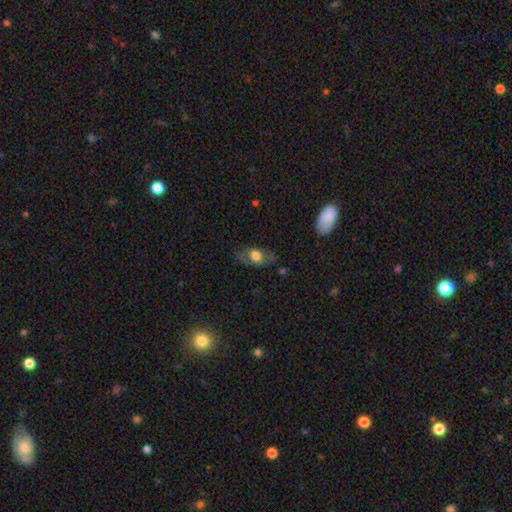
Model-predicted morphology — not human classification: type=smooth (59%); roundness=in between (80%); merging=none (70%).